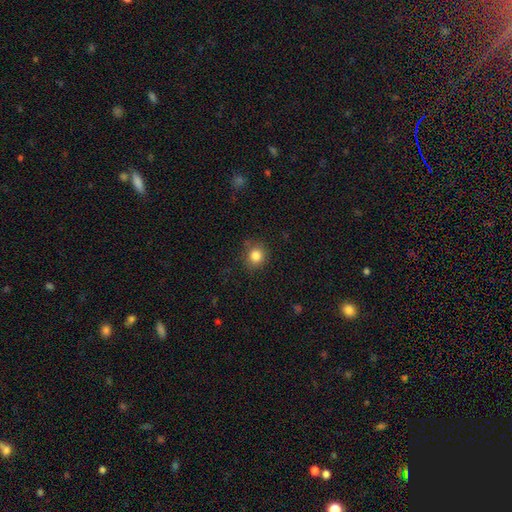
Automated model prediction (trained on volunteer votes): Smooth or featured: smooth — 83% (star or artifact — 11%)
How rounded: round — 87% (in between — 12%)
Merging: none — 84% (minor disturbance — 11%)